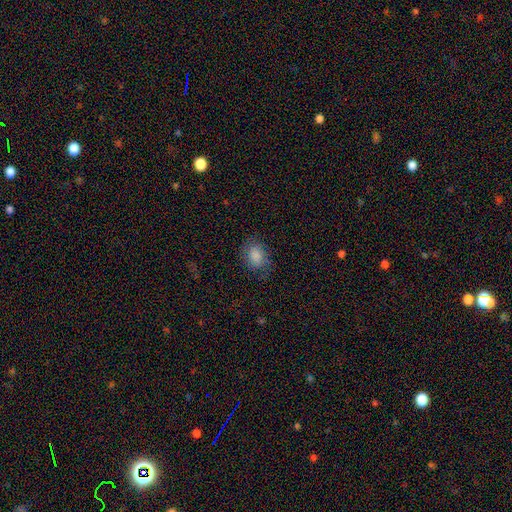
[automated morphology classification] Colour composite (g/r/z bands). It shows a smooth galaxy with no disk features (80%) that is in between round and cigar-shaped (63%). Merging: none (72%).